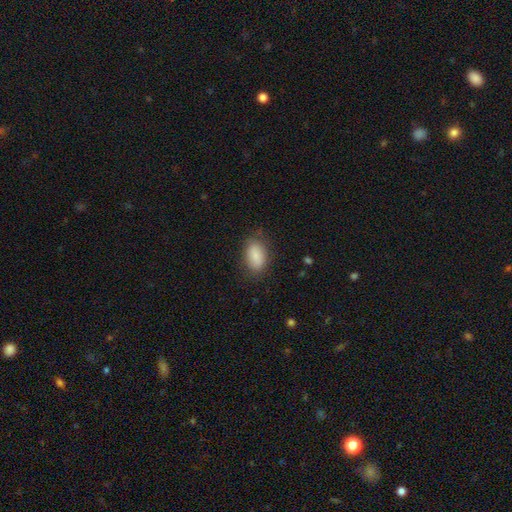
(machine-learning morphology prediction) Smooth or featured?
  - smooth: 86% *
  - featured or disk: 7%
  - star or artifact: 7%
How rounded?
  - in between: 91% *
  - round: 7%
  - cigar-shaped: 3%
Merging?
  - none: 78% *
  - minor disturbance: 16%
  - major disturbance: 5%
  - merger: 1%